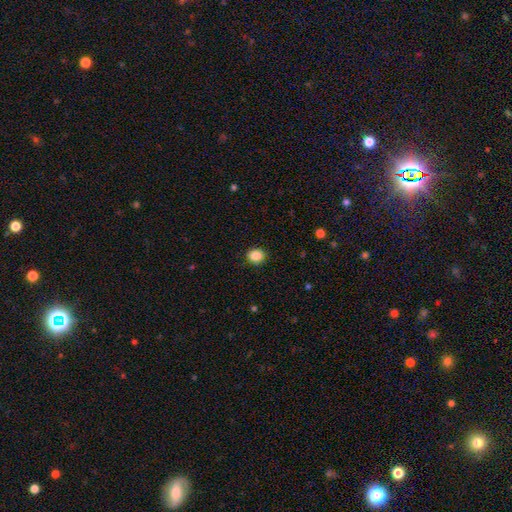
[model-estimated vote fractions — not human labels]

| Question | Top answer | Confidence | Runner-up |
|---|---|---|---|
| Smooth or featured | smooth | 87% | star or artifact (10%) |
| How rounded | round | 75% | in between (24%) |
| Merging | none | 91% | minor disturbance (6%) |